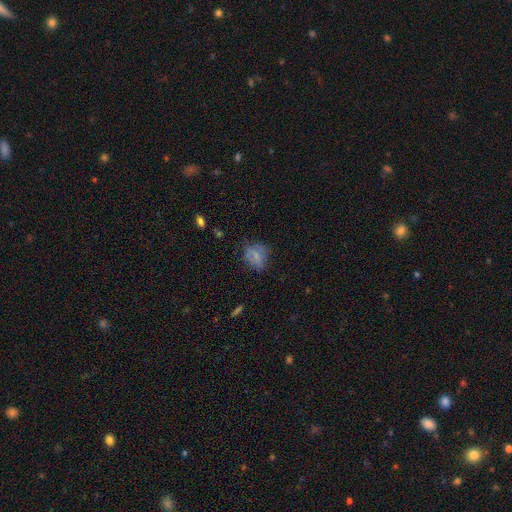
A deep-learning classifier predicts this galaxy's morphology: Overall: smooth (67%). How rounded: round (52%; in between 45%). Merging: none (56%; minor disturbance 26%).